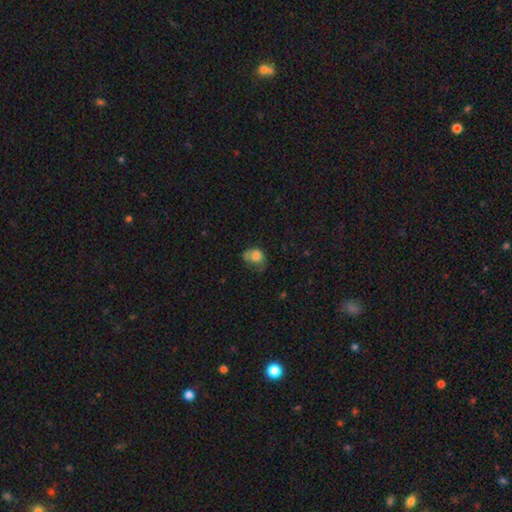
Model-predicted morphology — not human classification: Smooth or featured? Predicted: smooth (p=0.71). How rounded? Predicted: in between (p=0.54). Merging? Predicted: minor disturbance (p=0.32).